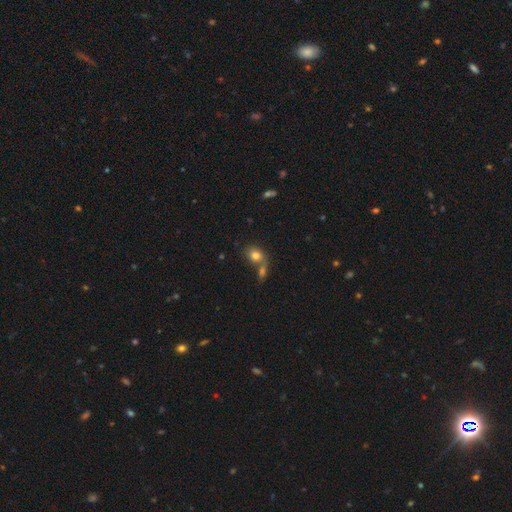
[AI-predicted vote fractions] Q: Smooth or featured?
A: smooth (80%); runner-up: featured or disk (10%)
Q: How rounded?
A: in between (57%); runner-up: round (41%)
Q: Merging?
A: merger (44%); runner-up: none (40%)